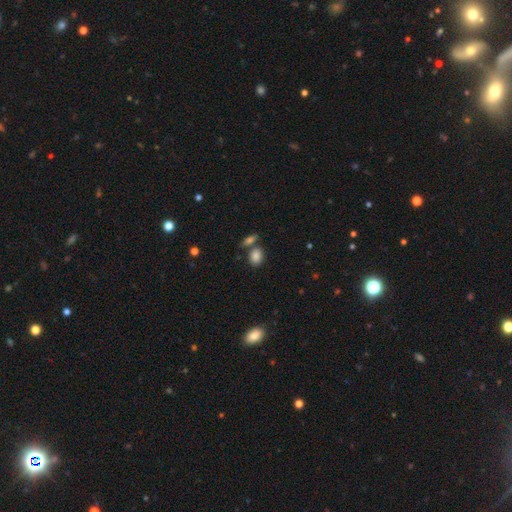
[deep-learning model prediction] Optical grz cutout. It shows a smooth galaxy with no disk features (85%) that is in between round and cigar-shaped (72%). Merging: none (62%).